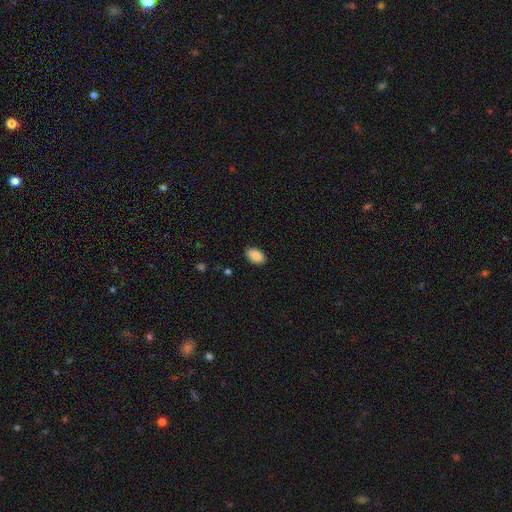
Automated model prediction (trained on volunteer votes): This is clearly a smooth galaxy (89%). How rounded: clearly in between (92%). Merging: clearly none (88%).